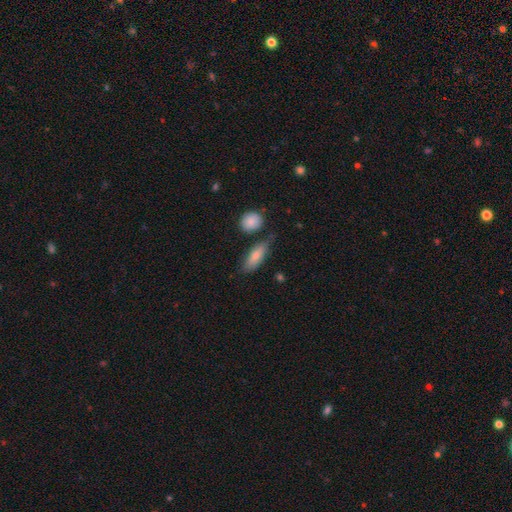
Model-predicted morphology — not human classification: Smooth or featured? Predicted: smooth (p=0.77). How rounded? Predicted: in between (p=0.66). Merging? Predicted: none (p=0.67).